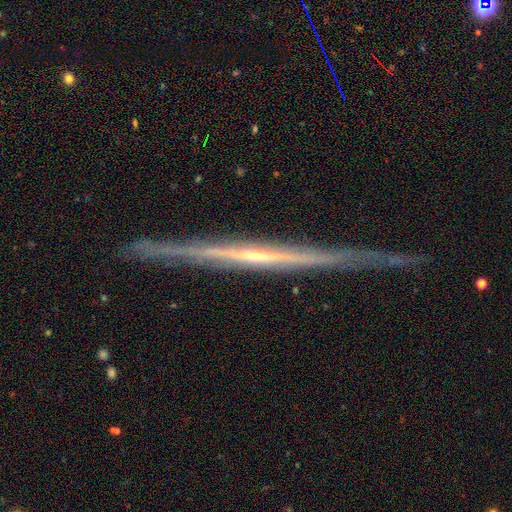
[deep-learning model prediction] smooth-or-featured: featured or disk: 81% | smooth: 12% | star or artifact: 7%
  disk-edge-on: yes: 97% | no: 3%
    edge-on-bulge: none: 68% | rounded: 25% | boxy: 6%
  merging: none: 87% | minor disturbance: 10% | major disturbance: 2% | merger: 1%